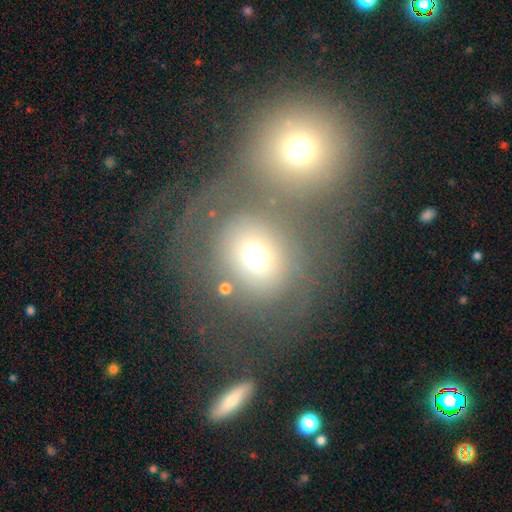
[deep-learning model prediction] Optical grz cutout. It shows a smooth galaxy with no disk features (59%) that is round (74%). Merging: none (48%).